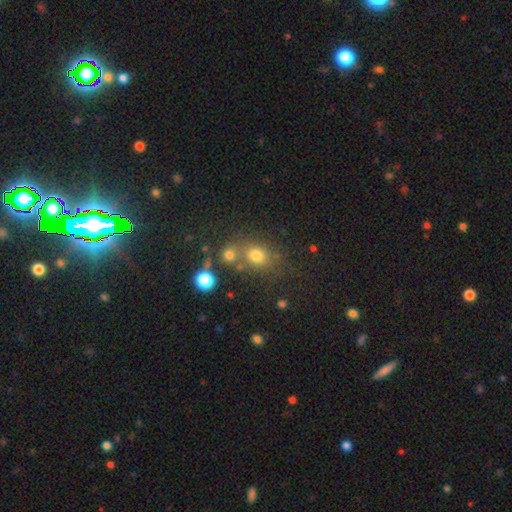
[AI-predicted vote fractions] A smooth galaxy with no disk features (72%) that is round (64%).

Vote fractions:
- Smooth or featured? smooth: 72% / star or artifact: 19% / featured or disk: 9%
- How rounded? round: 64% / in between: 34% / cigar-shaped: 1%
- Merging? none: 59% / merger: 25% / minor disturbance: 11% / major disturbance: 5%